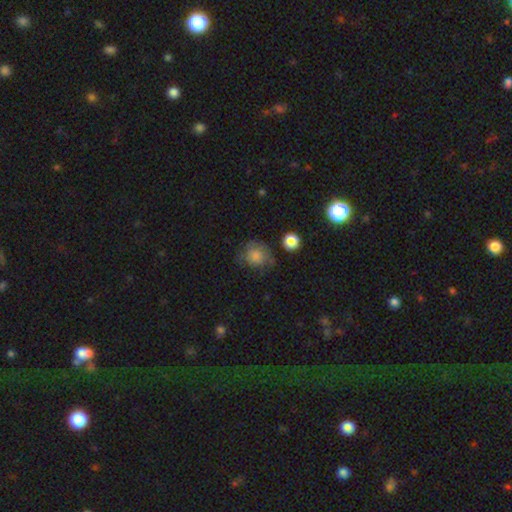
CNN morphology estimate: Overall: smooth (72%). How rounded: round (77%). Merging: none (55%; minor disturbance 28%).